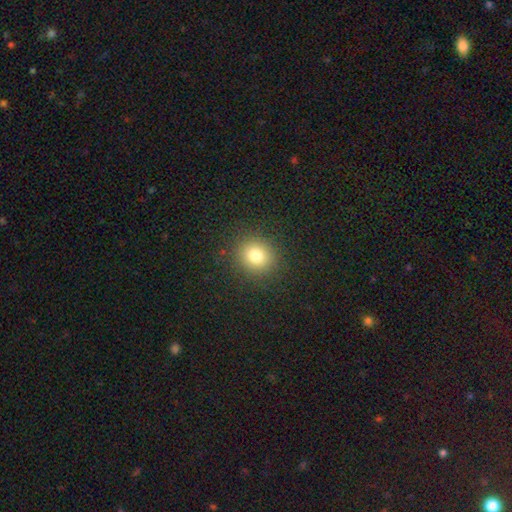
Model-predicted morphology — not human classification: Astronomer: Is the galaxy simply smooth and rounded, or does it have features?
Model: smooth — 78%.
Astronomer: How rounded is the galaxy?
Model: round — 85%.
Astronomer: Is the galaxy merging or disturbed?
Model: none — 90%.